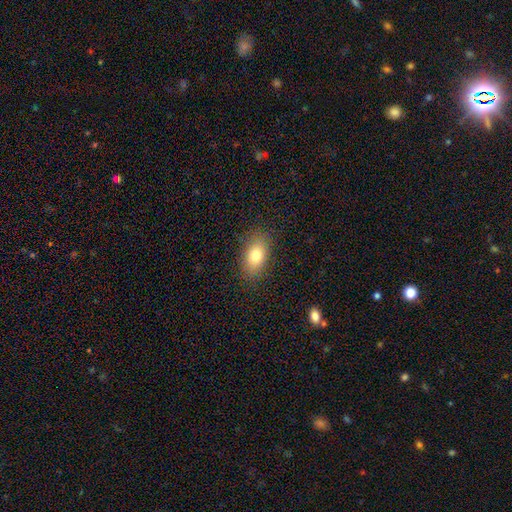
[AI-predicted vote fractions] The model was most divided on "smooth or featured": smooth: 79%, featured or disk: 12%, star or artifact: 9%. More confident: how rounded — in between (88%); merging — none (86%).